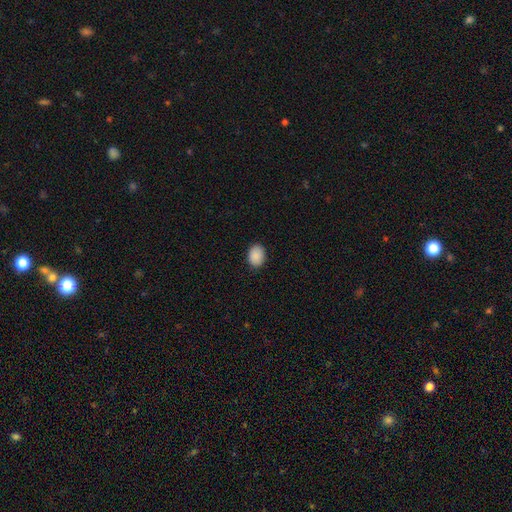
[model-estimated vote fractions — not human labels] Morphology: type=smooth (90%); roundness=in between (68%); merging=none (89%).